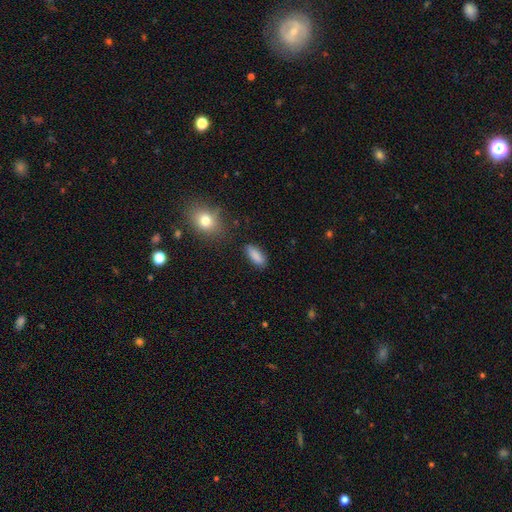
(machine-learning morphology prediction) This appears to be a smooth galaxy with no disk features (87%) that is in between round and cigar-shaped (76%). Merging: none (85%).